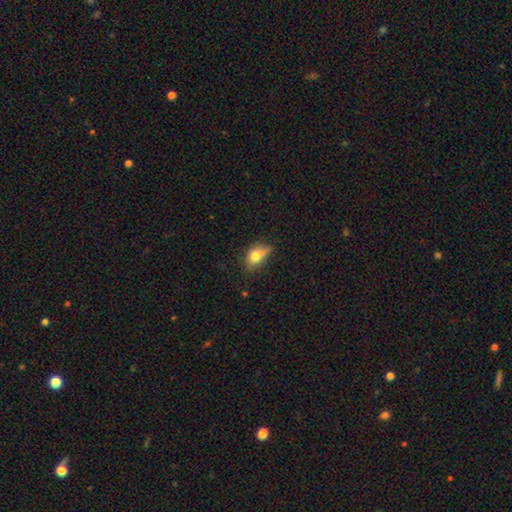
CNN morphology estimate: Smooth or featured? Predicted: smooth (p=0.73). How rounded? Predicted: in between (p=0.75). Merging? Predicted: none (p=0.40).